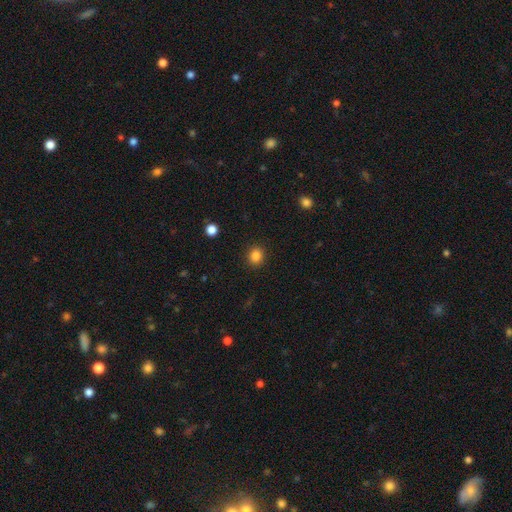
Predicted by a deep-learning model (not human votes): Smooth or featured? smooth (85%)
How rounded? round (79%)
Merging? none (91%)